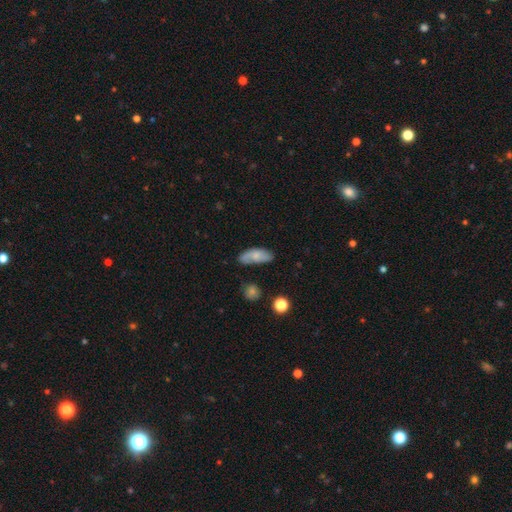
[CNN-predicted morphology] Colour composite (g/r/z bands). It shows a smooth galaxy with no disk features (67%) that is in between round and cigar-shaped (83%). Merging: none (58%).